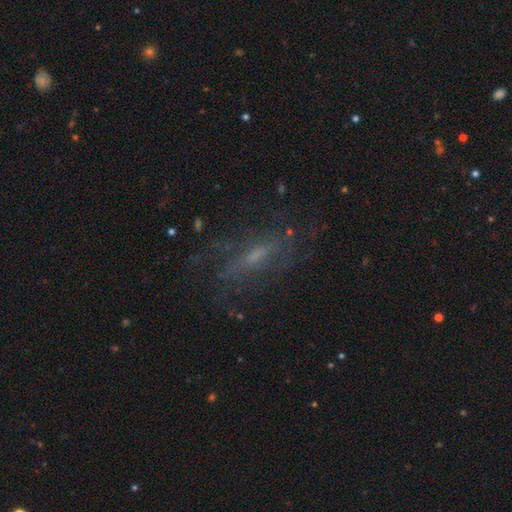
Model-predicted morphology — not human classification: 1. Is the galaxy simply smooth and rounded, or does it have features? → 61% featured or disk, 23% smooth, 15% star or artifact.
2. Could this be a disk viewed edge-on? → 66% no, 34% yes.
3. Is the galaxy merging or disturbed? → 66% none, 18% minor disturbance, 14% major disturbance, 2% merger.